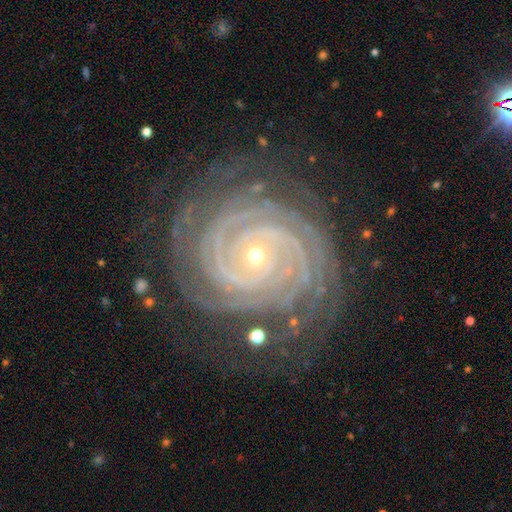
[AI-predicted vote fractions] Smooth or featured: featured or disk — 92% (star or artifact — 5%)
Edge-on disk: no — 98% (yes — 2%)
Bar: no — 70% (weak — 17%)
Spiral arms: yes — 99% (no — 1%)
Spiral winding: tight — 91% (medium — 8%)
Spiral arm count: 2 — 25% (4 — 20%)
Bulge size: small — 80% (moderate — 17%)
Merging: none — 79% (minor disturbance — 14%)